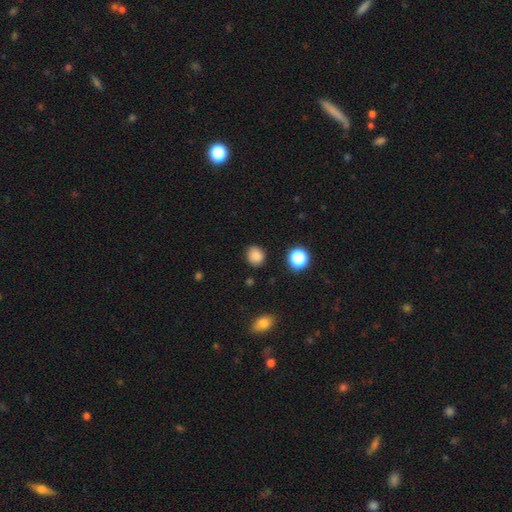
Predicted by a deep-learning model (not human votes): Smooth or featured: smooth — 84% (star or artifact — 12%)
How rounded: round — 71% (in between — 28%)
Merging: none — 84% (minor disturbance — 11%)